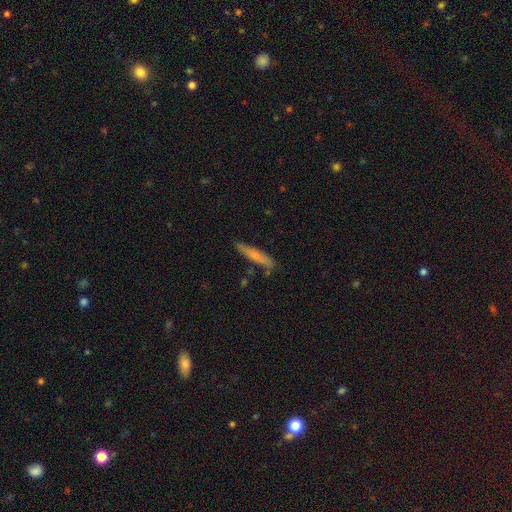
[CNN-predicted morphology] smooth 61%, featured or disk 33%, star or artifact 6%. Down the decision tree: how rounded — cigar-shaped (91%); merging — none (81%).